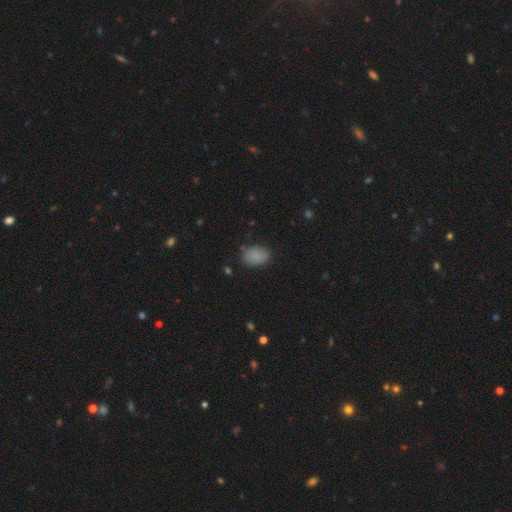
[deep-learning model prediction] The model was most divided on "merging": none: 78%, minor disturbance: 16%, major disturbance: 4%, merger: 2%. More confident: smooth or featured — smooth (86%); how rounded — in between (84%).